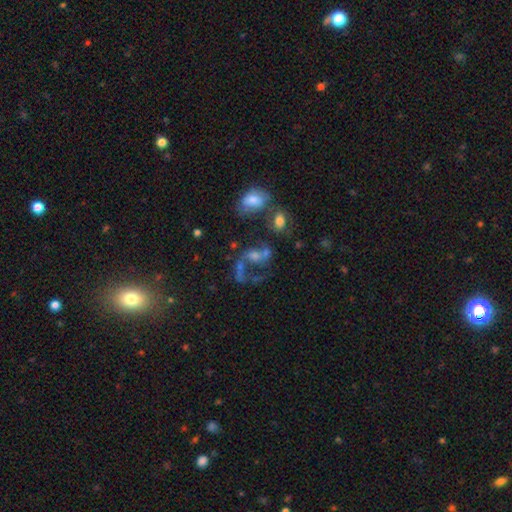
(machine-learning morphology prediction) This appears to be a featured or disk galaxy (55%) with no bar (63%), spiral arms (63%) and a moderate central bulge (36%). Merging: none (32%).